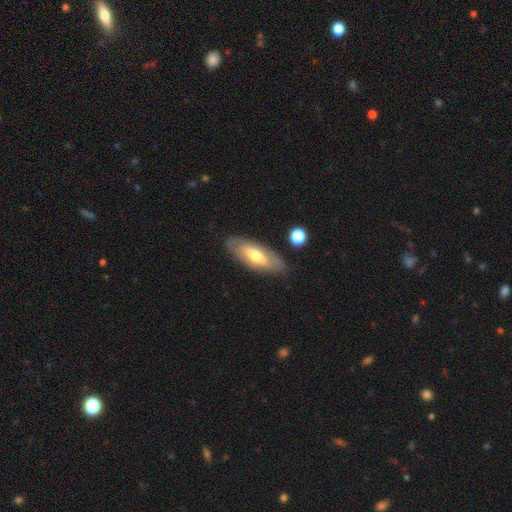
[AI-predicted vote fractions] Smooth or featured? smooth (48%)
Merging? none (81%)